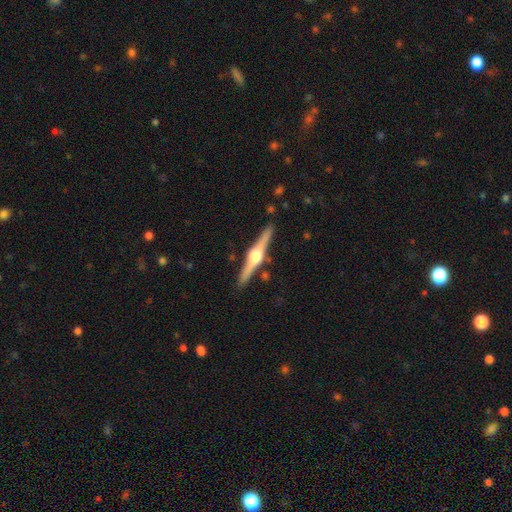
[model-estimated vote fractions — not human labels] Overall: featured or disk (82%). Edge-on disk: yes (98%). Edge-on bulge: rounded (94%). Merging: none (90%).